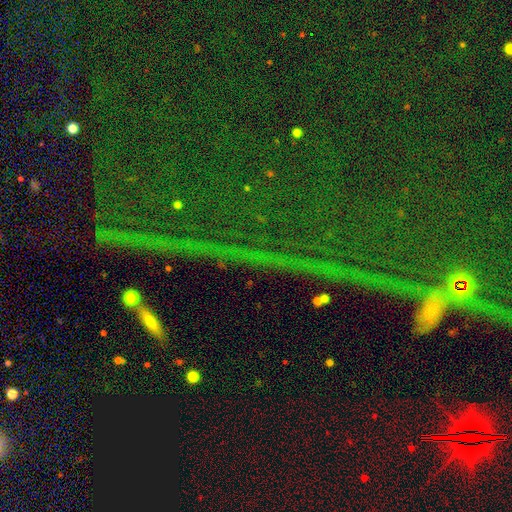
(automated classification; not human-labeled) Smooth or featured?
  - star or artifact: 83% *
  - featured or disk: 9%
  - smooth: 8%